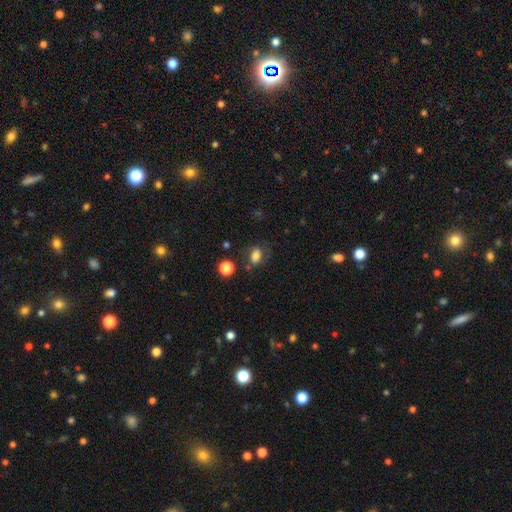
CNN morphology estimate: Q: Smooth or featured?
A: smooth (76%); runner-up: star or artifact (13%)
Q: How rounded?
A: in between (77%); runner-up: round (21%)
Q: Merging?
A: none (61%); runner-up: minor disturbance (21%)